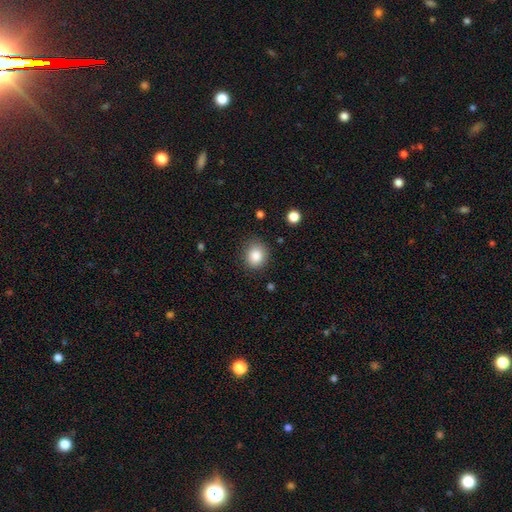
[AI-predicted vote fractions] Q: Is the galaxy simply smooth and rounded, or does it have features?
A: smooth — 85%.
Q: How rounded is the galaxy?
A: round — 76%.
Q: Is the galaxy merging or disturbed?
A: none — 85%.